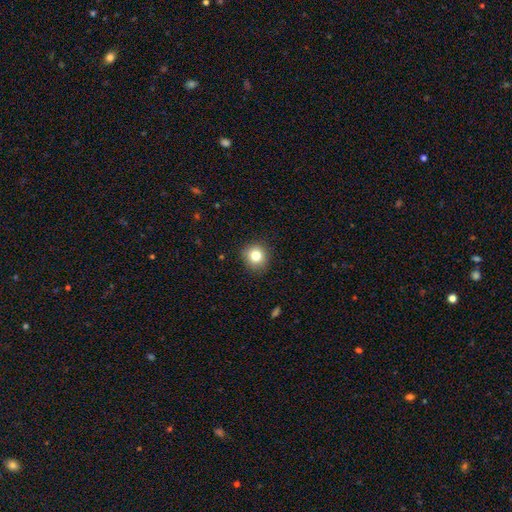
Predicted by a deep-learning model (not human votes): Morphology: type=smooth (82%); roundness=round (88%); merging=none (88%).